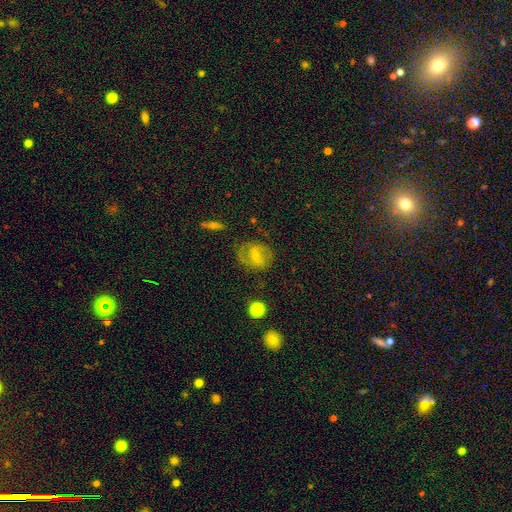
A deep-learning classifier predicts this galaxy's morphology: Q: Smooth or featured?
A: featured or disk (51%); runner-up: smooth (39%)
Q: Edge-on disk?
A: no (95%); runner-up: yes (5%)
Q: Merging?
A: none (68%); runner-up: minor disturbance (19%)